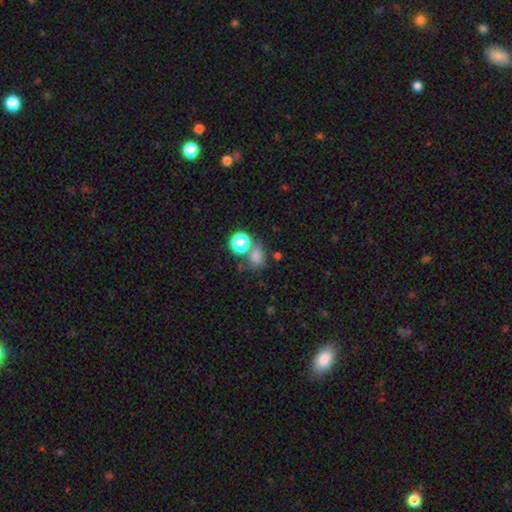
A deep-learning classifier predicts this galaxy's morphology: This appears to be a smooth galaxy with no disk features (73%) that is round (58%). Merging: none (56%).